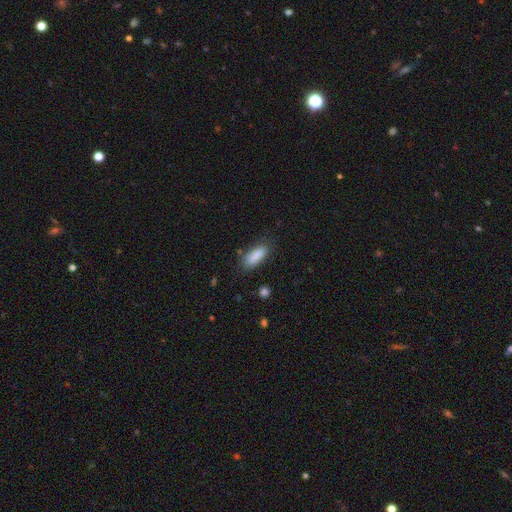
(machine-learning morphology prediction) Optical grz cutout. It shows a smooth galaxy with no disk features (86%) that is in between round and cigar-shaped (70%). Merging: none (75%).